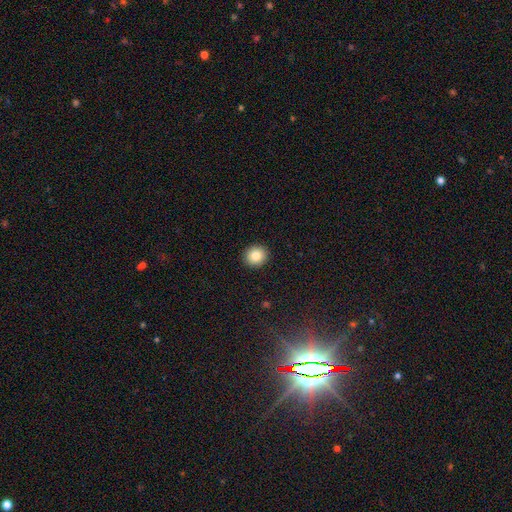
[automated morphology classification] Smooth or featured?
  - smooth: 84% *
  - star or artifact: 9%
  - featured or disk: 6%
How rounded?
  - round: 88% *
  - in between: 11%
  - cigar-shaped: 1%
Merging?
  - none: 93% *
  - minor disturbance: 5%
  - major disturbance: 2%
  - merger: 1%